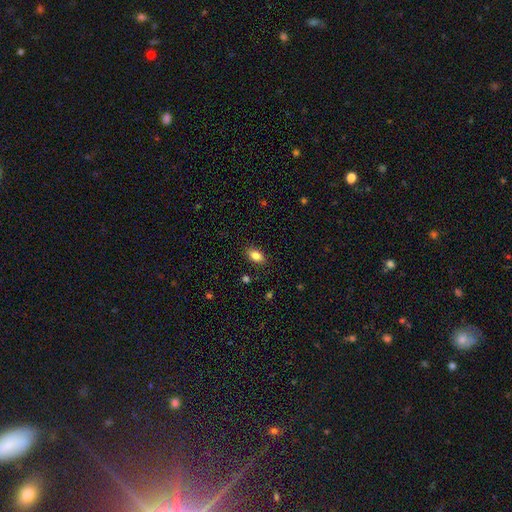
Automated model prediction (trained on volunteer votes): smooth 83%, star or artifact 9%, featured or disk 8%. Down the decision tree: how rounded — in between (88%); merging — none (87%).